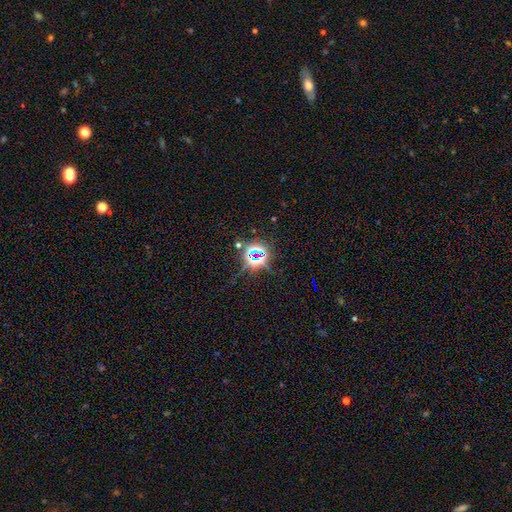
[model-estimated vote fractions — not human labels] The model was most divided on "smooth or featured": star or artifact: 77%, smooth: 13%, featured or disk: 10%.